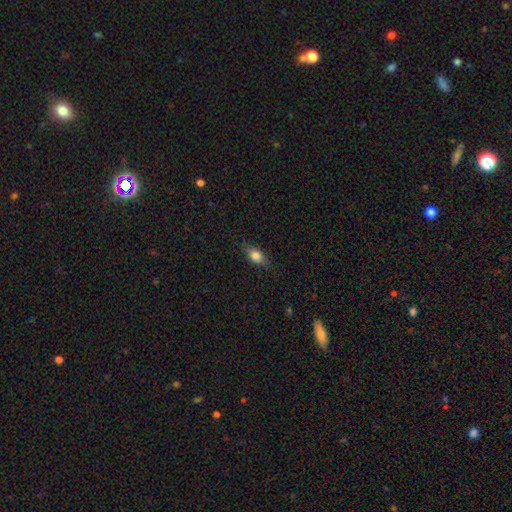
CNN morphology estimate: A smooth galaxy with no disk features (70%) that is in between round and cigar-shaped (76%). Merging: none (78%).